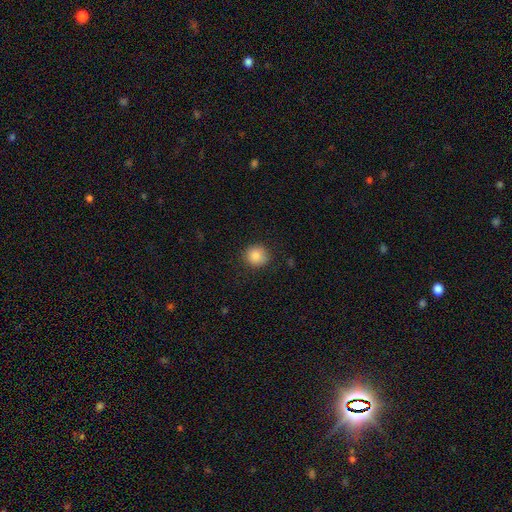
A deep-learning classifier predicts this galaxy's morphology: smooth-or-featured: smooth: 86% | star or artifact: 9% | featured or disk: 5%
  how-rounded: round: 90% | in between: 9% | cigar-shaped: 1%
  merging: none: 87% | minor disturbance: 9% | major disturbance: 3% | merger: 1%